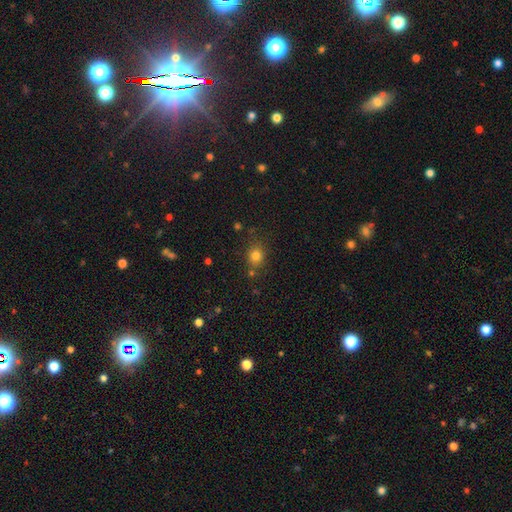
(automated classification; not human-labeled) The model was most divided on "how rounded": round: 76%, in between: 23%, cigar-shaped: 1%. More confident: smooth or featured — smooth (79%); merging — none (76%).